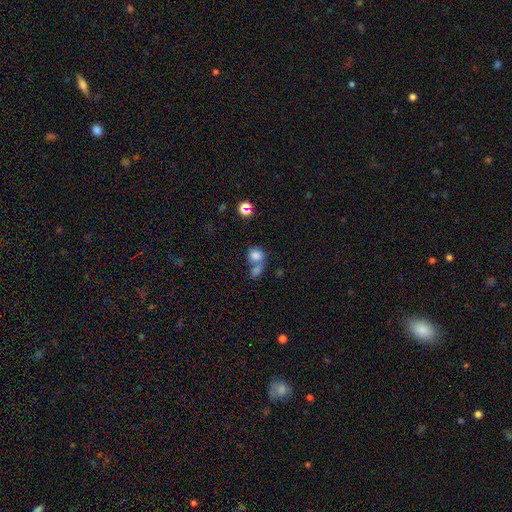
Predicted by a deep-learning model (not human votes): This appears to be a smooth galaxy with no disk features (78%) that is round (66%). Merging: merger (52%).